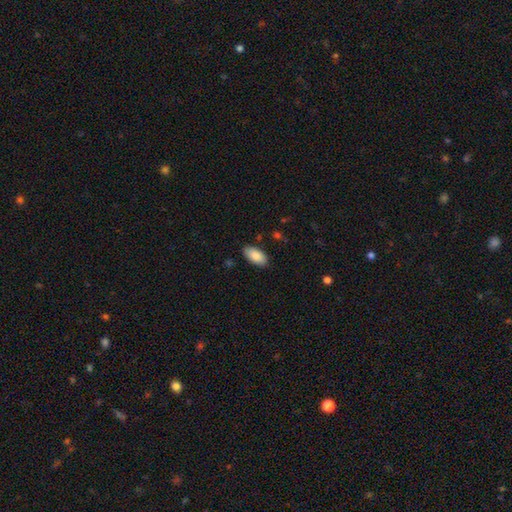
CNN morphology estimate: smooth 87%, featured or disk 6%, star or artifact 6%. Down the decision tree: how rounded — in between (95%); merging — none (86%).